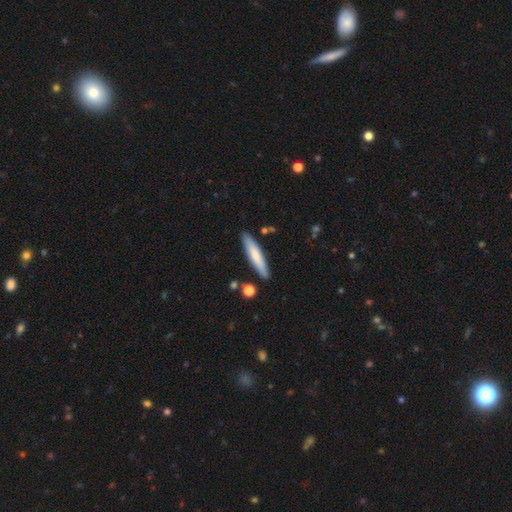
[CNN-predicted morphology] A smooth galaxy with no disk features (74%) that is cigar-shaped (86%).

Vote fractions:
- Smooth or featured? smooth: 74% / featured or disk: 21% / star or artifact: 5%
- How rounded? cigar-shaped: 86% / in between: 12% / round: 1%
- Merging? none: 87% / minor disturbance: 9% / merger: 3% / major disturbance: 2%